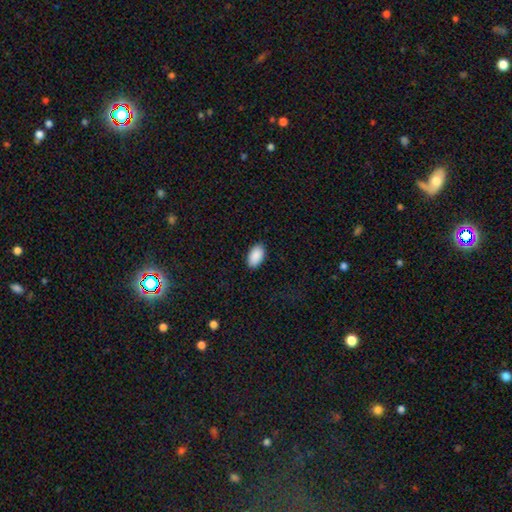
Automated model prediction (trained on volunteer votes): A smooth galaxy with no disk features (91%) that is in between round and cigar-shaped (95%).

Vote fractions:
- Smooth or featured? smooth: 91% / star or artifact: 6% / featured or disk: 3%
- How rounded? in between: 95% / round: 3% / cigar-shaped: 1%
- Merging? none: 89% / minor disturbance: 8% / major disturbance: 2% / merger: 1%